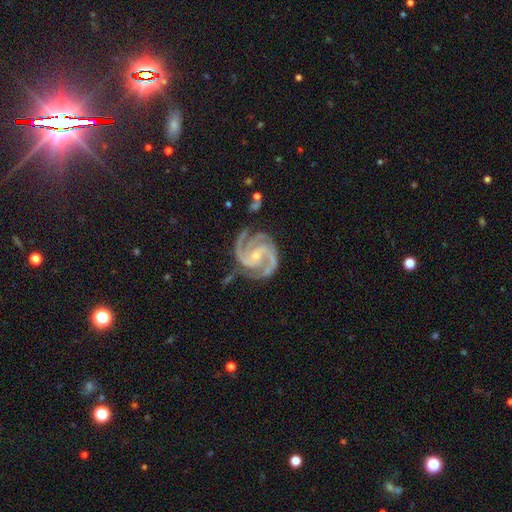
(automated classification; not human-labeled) This appears to be a featured or disk galaxy (94%) with no bar (53%), 3 (59%) tight (49%) spiral arms (99%) and a small central bulge (73%). Merging: none (70%).